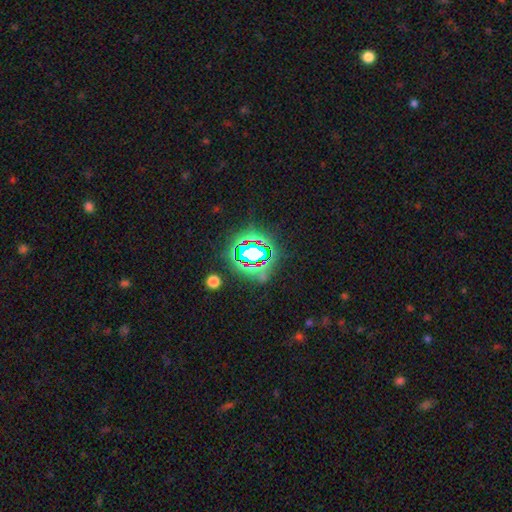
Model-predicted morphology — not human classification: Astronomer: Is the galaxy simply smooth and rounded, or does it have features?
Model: star or artifact — 78%.